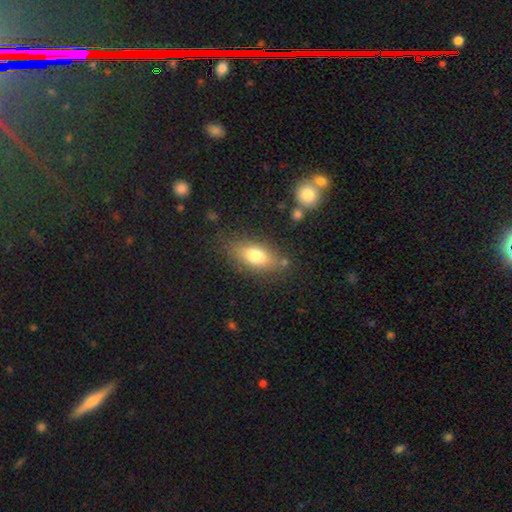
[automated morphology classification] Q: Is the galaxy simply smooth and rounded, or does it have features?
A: smooth — 73%.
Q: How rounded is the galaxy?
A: in between — 82%.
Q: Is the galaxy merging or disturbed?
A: none — 77%.